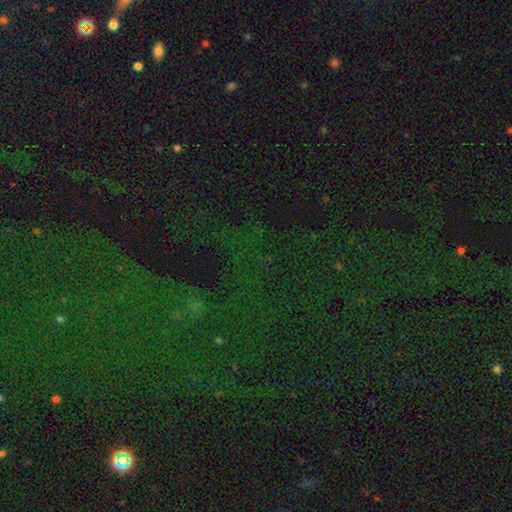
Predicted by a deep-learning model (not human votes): Smooth or featured: star or artifact — 79% (smooth — 12%)